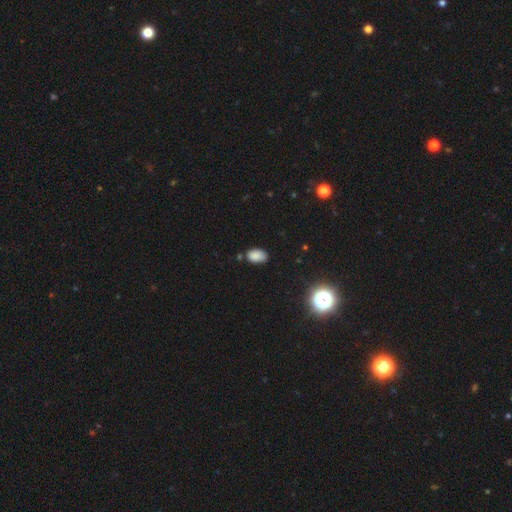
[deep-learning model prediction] This appears to be a smooth galaxy with no disk features (83%) that is in between round and cigar-shaped (91%). Merging: none (73%).